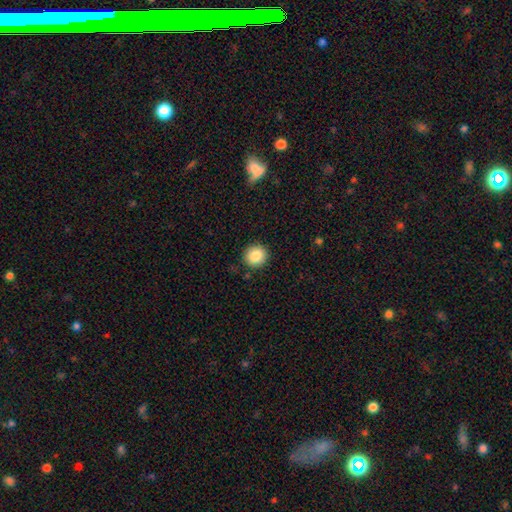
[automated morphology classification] This is clearly a smooth galaxy (86%). How rounded: clearly round (86%). Merging: clearly none (89%).